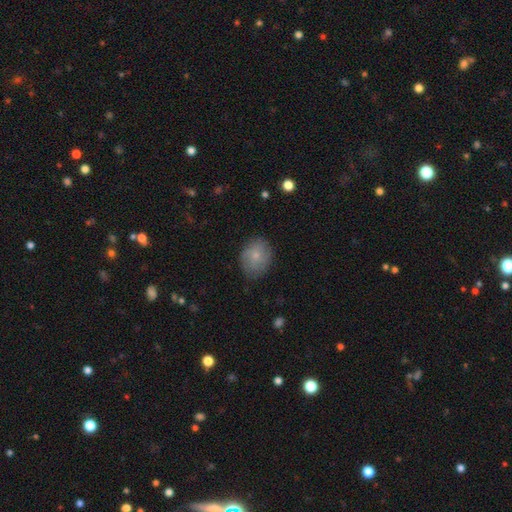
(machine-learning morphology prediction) A smooth galaxy with no disk features (72%) that is round (56%).

Vote fractions:
- Smooth or featured? smooth: 72% / featured or disk: 21% / star or artifact: 8%
- How rounded? round: 56% / in between: 43% / cigar-shaped: 1%
- Merging? none: 76% / minor disturbance: 19% / major disturbance: 5% / merger: 1%